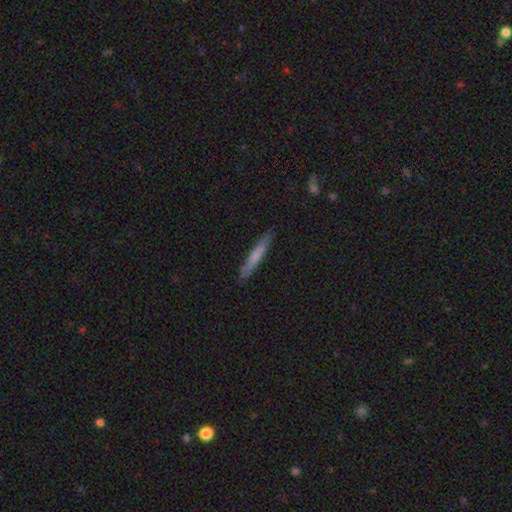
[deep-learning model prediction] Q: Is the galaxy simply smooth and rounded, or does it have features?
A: smooth — 63%.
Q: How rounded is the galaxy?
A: cigar-shaped — 95%.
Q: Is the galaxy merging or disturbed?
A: none — 88%.